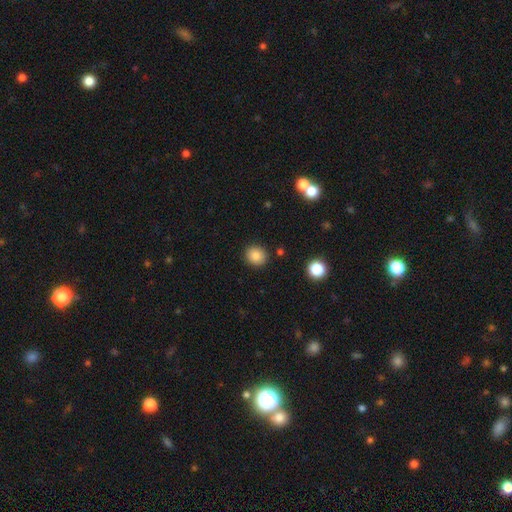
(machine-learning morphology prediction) This appears to be a smooth galaxy with no disk features (85%) that is round (83%). Merging: none (89%).